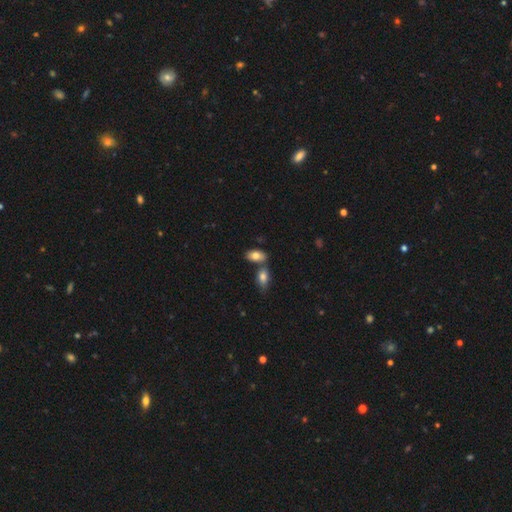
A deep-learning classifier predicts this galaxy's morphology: Smooth or featured? Predicted: smooth (p=0.79). How rounded? Predicted: in between (p=0.92). Merging? Predicted: none (p=0.56).